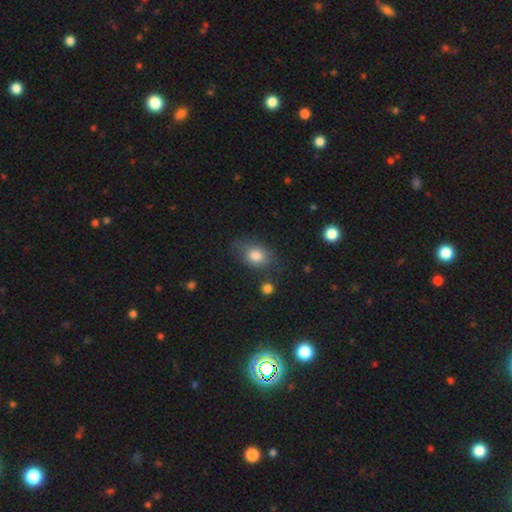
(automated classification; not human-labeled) A smooth galaxy with no disk features (80%) that is in between round and cigar-shaped (72%).

Vote fractions:
- Smooth or featured? smooth: 80% / featured or disk: 11% / star or artifact: 9%
- How rounded? in between: 72% / round: 26% / cigar-shaped: 2%
- Merging? none: 64% / minor disturbance: 23% / major disturbance: 8% / merger: 5%